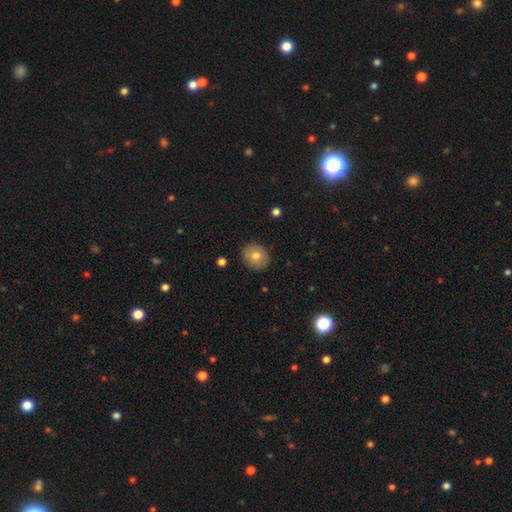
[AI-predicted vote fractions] This is likely a smooth galaxy (75%). How rounded: likely round (68%). Merging: clearly none (88%).